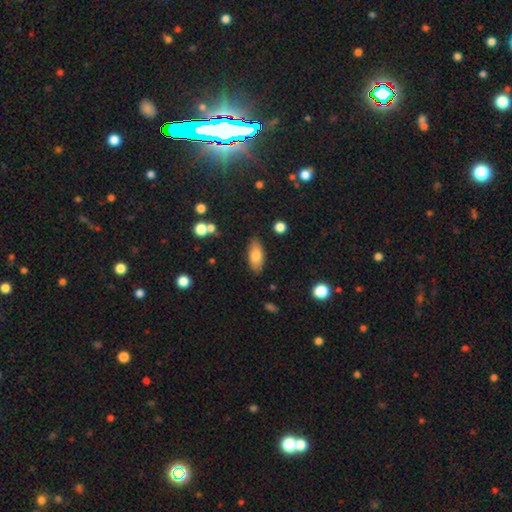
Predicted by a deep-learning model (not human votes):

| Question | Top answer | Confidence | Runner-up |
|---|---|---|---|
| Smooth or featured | smooth | 77% | featured or disk (16%) |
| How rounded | in between | 85% | cigar-shaped (13%) |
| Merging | none | 85% | minor disturbance (11%) |